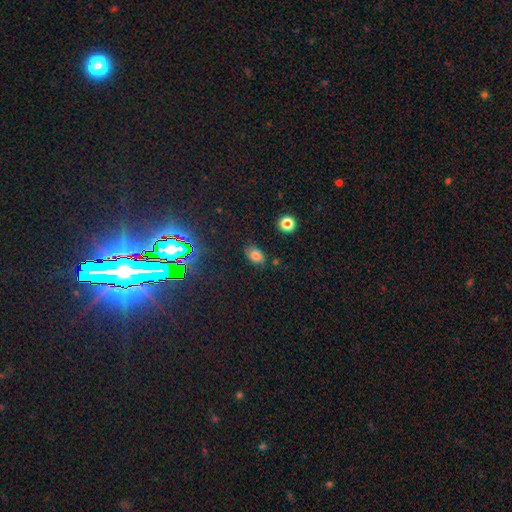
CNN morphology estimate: smooth 74%, star or artifact 17%, featured or disk 9%. Down the decision tree: how rounded — in between (83%); merging — none (72%).